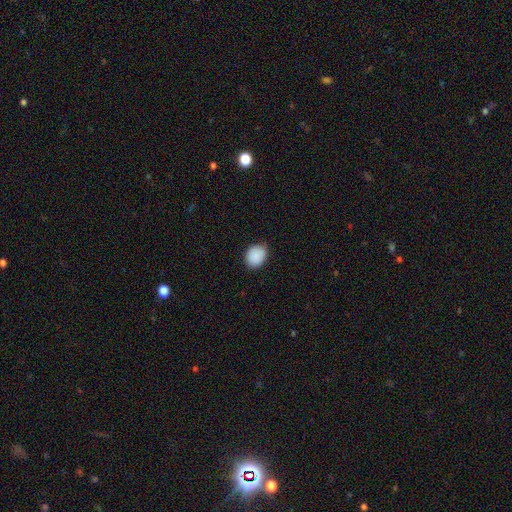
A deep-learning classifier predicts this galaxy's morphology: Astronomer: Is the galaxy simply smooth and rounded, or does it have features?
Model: smooth — 89%.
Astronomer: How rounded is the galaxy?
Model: round — 55% (runner-up: in between, 44%).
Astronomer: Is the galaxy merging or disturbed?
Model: none — 80%.